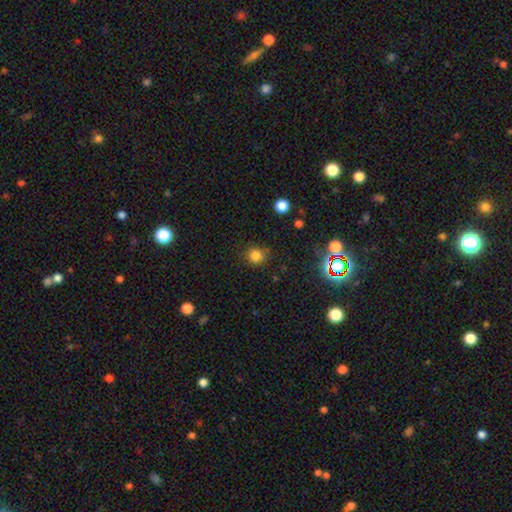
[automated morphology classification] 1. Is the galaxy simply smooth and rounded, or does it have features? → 80% smooth, 15% star or artifact, 5% featured or disk.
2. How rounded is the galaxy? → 89% round, 10% in between, 1% cigar-shaped.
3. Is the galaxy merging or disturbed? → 84% none, 10% minor disturbance, 3% major disturbance, 3% merger.